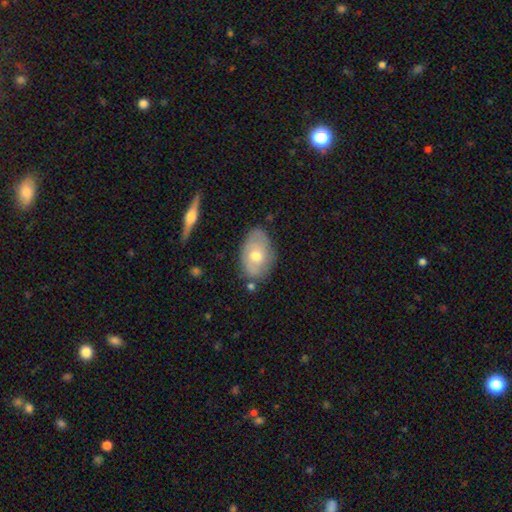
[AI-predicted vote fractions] Morphology: type=featured or disk (47%); merging=none (72%).